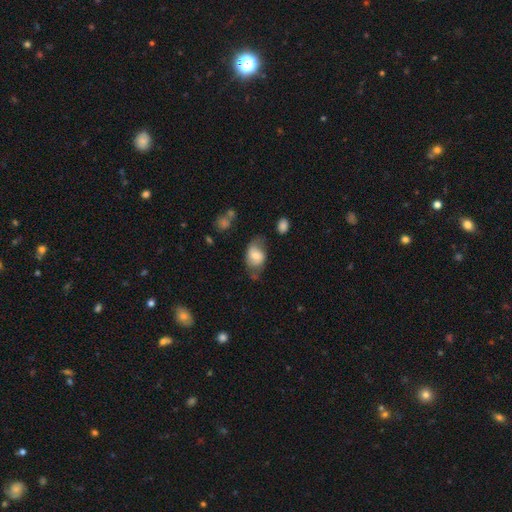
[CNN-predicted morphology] Smooth or featured? smooth (60%)
How rounded? in between (79%)
Merging? none (51%)